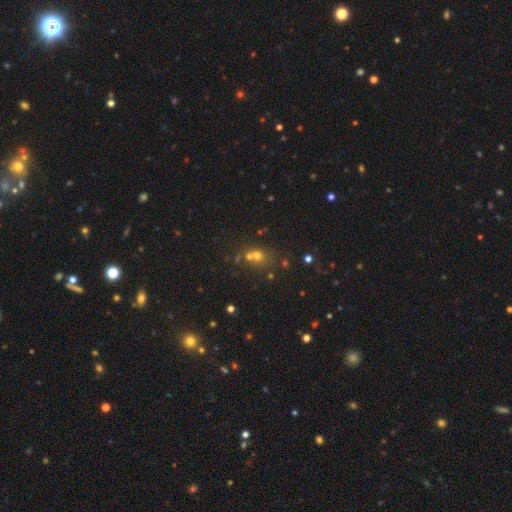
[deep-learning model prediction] A smooth galaxy with no disk features (51%) that is round (75%).

Vote fractions:
- Smooth or featured? smooth: 51% / star or artifact: 34% / featured or disk: 15%
- How rounded? round: 75% / in between: 23% / cigar-shaped: 2%
- Merging? none: 49% / merger: 36% / minor disturbance: 9% / major disturbance: 5%